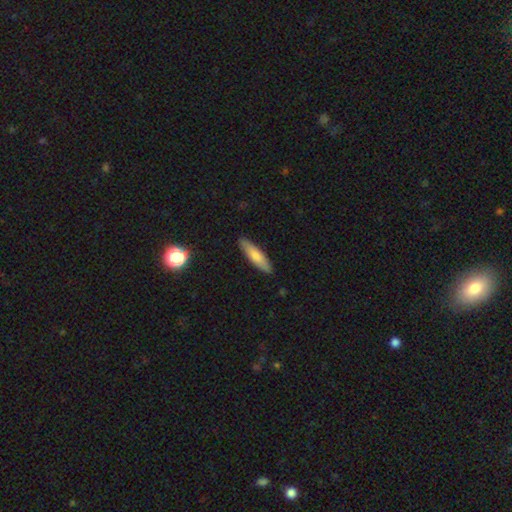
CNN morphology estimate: Q: Smooth or featured?
A: smooth (75%); runner-up: featured or disk (19%)
Q: How rounded?
A: cigar-shaped (69%); runner-up: in between (30%)
Q: Merging?
A: none (89%); runner-up: minor disturbance (9%)